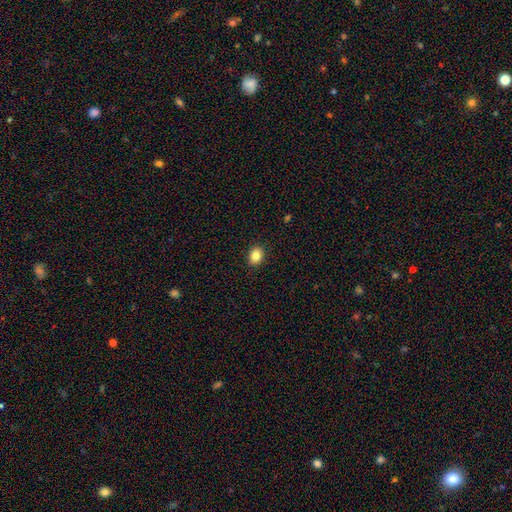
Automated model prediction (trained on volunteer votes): Smooth or featured: smooth — 84% (star or artifact — 10%)
How rounded: in between — 56% (round — 43%)
Merging: none — 90% (minor disturbance — 7%)